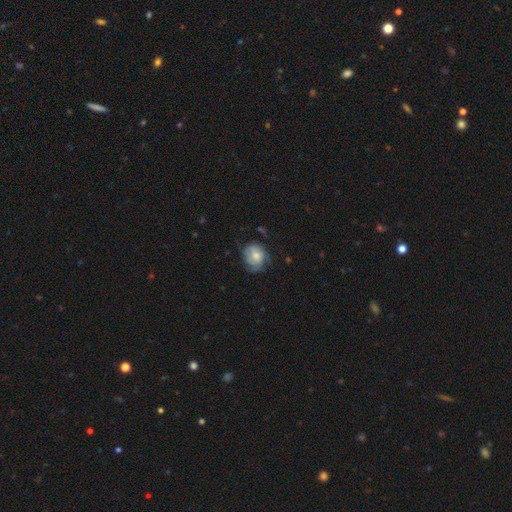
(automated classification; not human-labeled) Q: Smooth or featured?
A: smooth (55%); runner-up: featured or disk (37%)
Q: How rounded?
A: round (64%); runner-up: in between (35%)
Q: Merging?
A: none (55%); runner-up: minor disturbance (30%)